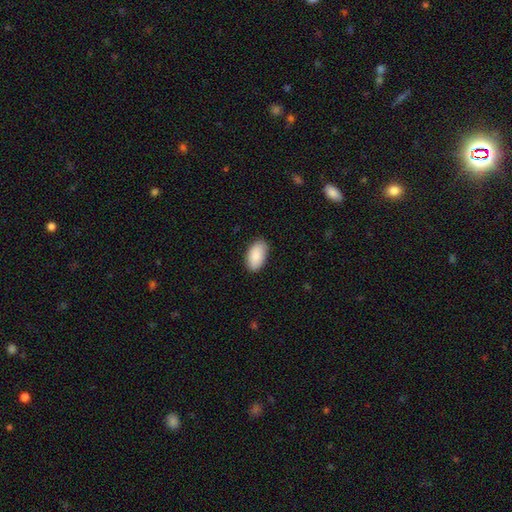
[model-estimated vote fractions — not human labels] The model was most divided on "merging": none: 84%, minor disturbance: 12%, major disturbance: 2%, merger: 1%. More confident: how rounded — in between (95%); smooth or featured — smooth (87%).